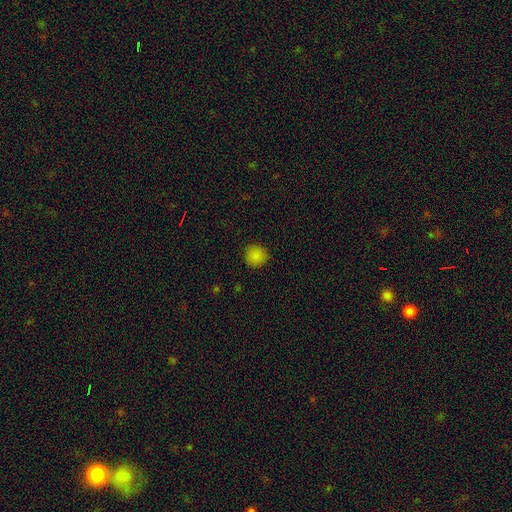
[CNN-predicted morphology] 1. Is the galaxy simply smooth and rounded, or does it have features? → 85% smooth, 12% star or artifact, 3% featured or disk.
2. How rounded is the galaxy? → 93% round, 6% in between, 1% cigar-shaped.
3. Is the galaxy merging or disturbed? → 90% none, 7% minor disturbance, 2% major disturbance, 1% merger.